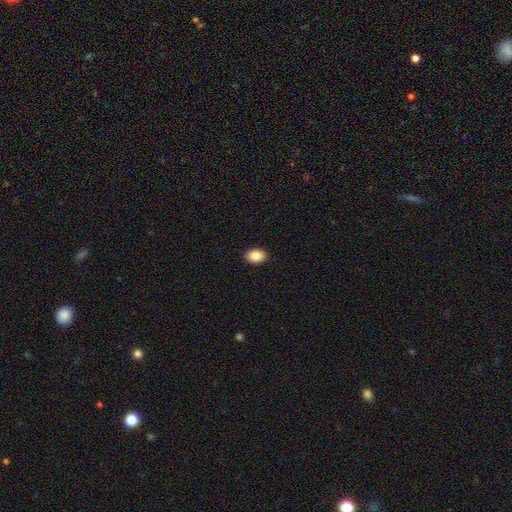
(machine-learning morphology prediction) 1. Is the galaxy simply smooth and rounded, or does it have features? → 85% smooth, 8% star or artifact, 7% featured or disk.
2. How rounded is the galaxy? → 81% in between, 18% round, 1% cigar-shaped.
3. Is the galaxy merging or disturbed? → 91% none, 7% minor disturbance, 2% major disturbance, 1% merger.